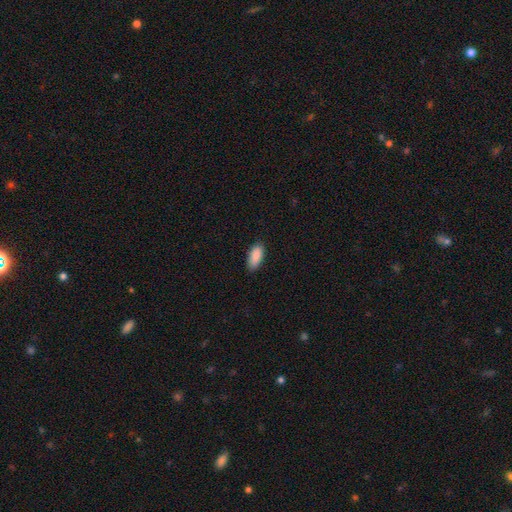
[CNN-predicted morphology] This is clearly a smooth galaxy (90%). How rounded: clearly in between (86%). Merging: clearly none (85%).